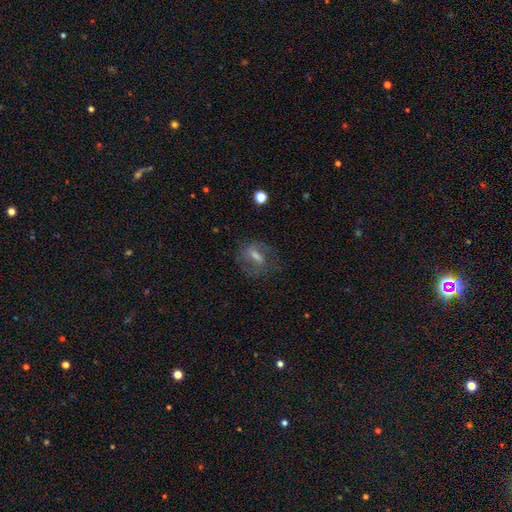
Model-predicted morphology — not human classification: A featured or disk galaxy (56%) with a weak bar (47%), spiral arms (68%) and a moderate central bulge (43%). Merging: none (67%).